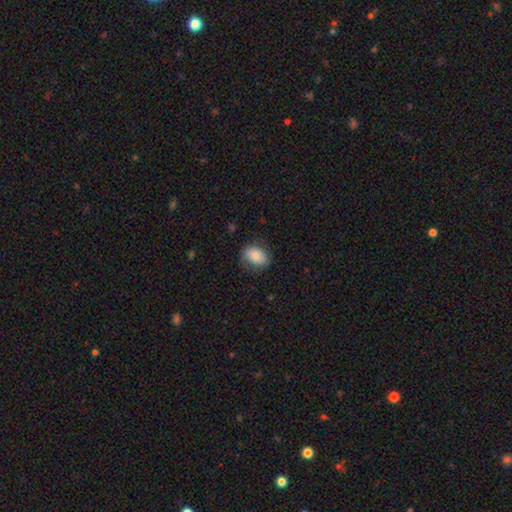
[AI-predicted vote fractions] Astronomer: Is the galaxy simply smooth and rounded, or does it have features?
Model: smooth — 80%.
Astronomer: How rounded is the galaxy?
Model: in between — 71%.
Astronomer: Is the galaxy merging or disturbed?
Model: none — 70%.